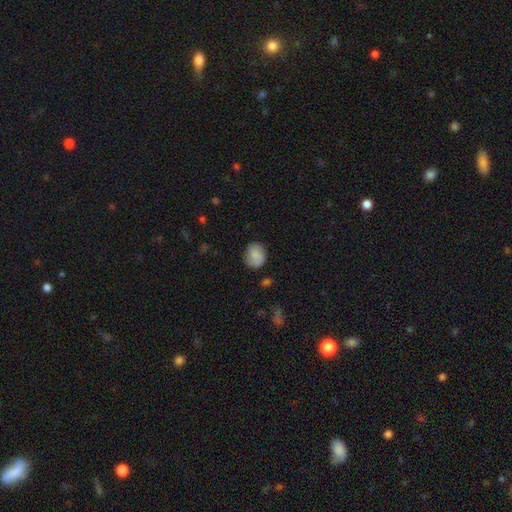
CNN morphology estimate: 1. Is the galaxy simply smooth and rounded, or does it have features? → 77% smooth, 15% featured or disk, 8% star or artifact.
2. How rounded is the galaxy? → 70% round, 29% in between, 1% cigar-shaped.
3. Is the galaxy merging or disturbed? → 78% none, 17% minor disturbance, 4% major disturbance, 2% merger.